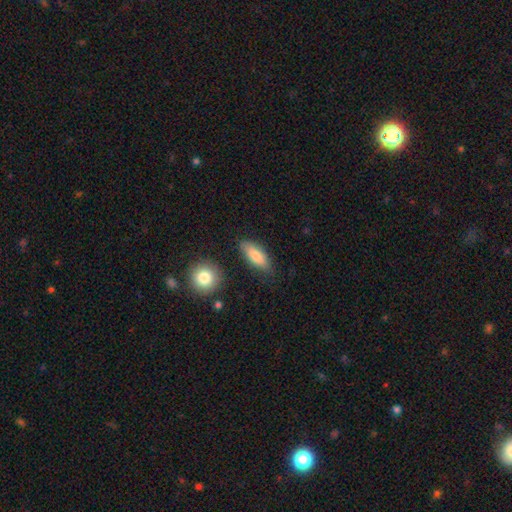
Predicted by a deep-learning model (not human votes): Smooth or featured? Predicted: smooth (p=0.82). How rounded? Predicted: in between (p=0.76). Merging? Predicted: none (p=0.78).